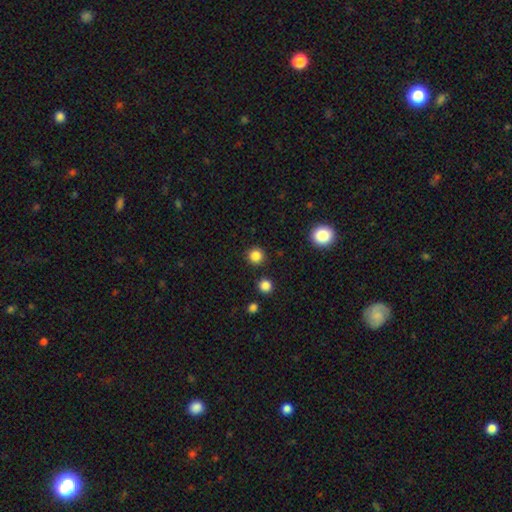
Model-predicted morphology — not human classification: Overall: smooth (85%). How rounded: round (94%). Merging: none (90%).